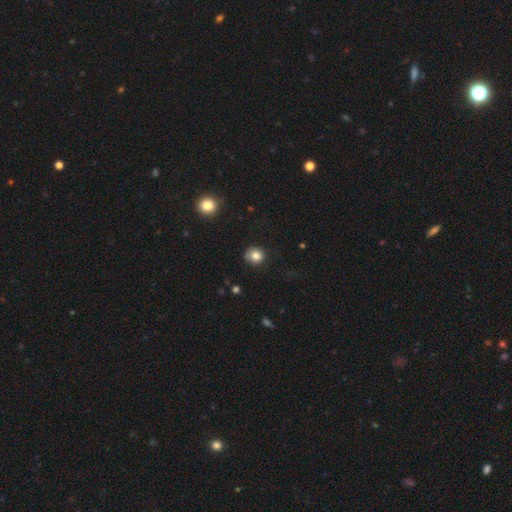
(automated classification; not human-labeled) This is clearly a smooth galaxy (81%). How rounded: clearly round (86%). Merging: likely none (74%).